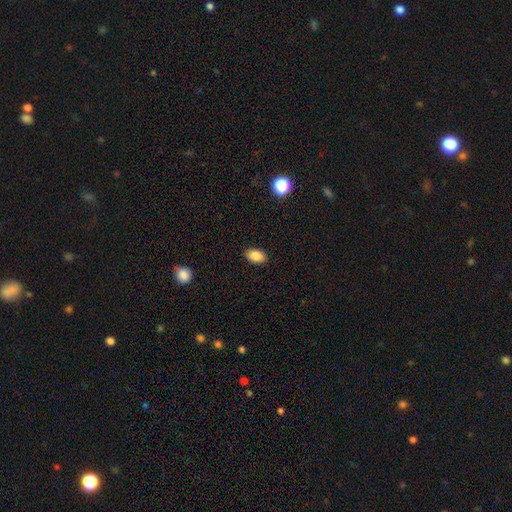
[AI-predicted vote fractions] Smooth or featured?
  - smooth: 86% *
  - star or artifact: 9%
  - featured or disk: 5%
How rounded?
  - in between: 89% *
  - round: 10%
  - cigar-shaped: 1%
Merging?
  - none: 89% *
  - minor disturbance: 8%
  - major disturbance: 2%
  - merger: 1%